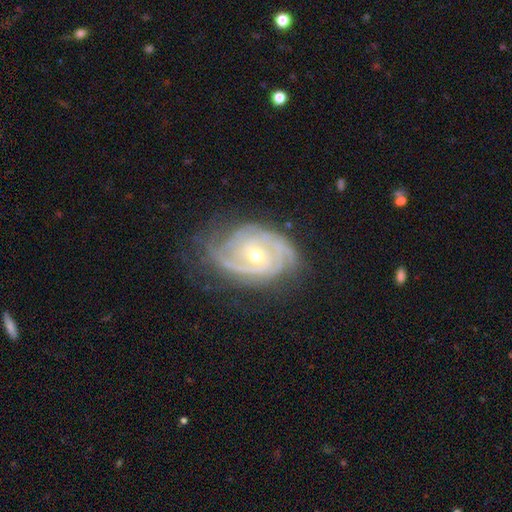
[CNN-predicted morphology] This is clearly a featured or disk galaxy (89%). It is clearly not viewed edge-on (97%). Bar: likely no (63%). Spiral arm pattern: clearly yes (97%). Spiral arm count: marginally 3 (29%). Spiral winding: likely tight (70%). Central bulge: possibly moderate (52%). Merging: likely none (71%).